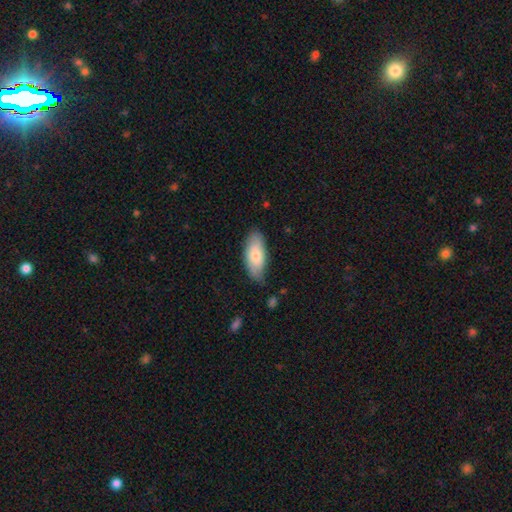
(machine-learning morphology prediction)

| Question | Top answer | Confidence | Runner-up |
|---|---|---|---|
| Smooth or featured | smooth | 74% | featured or disk (20%) |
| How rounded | in between | 87% | cigar-shaped (10%) |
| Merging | none | 72% | minor disturbance (23%) |